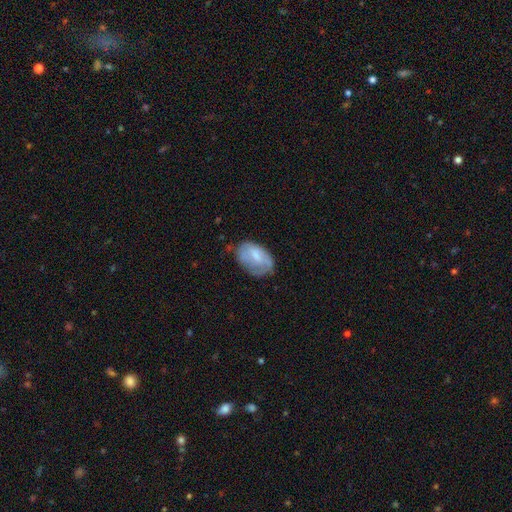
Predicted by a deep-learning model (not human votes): Overall: smooth (62%; featured or disk 31%). How rounded: in between (89%). Merging: none (50%; minor disturbance 33%).